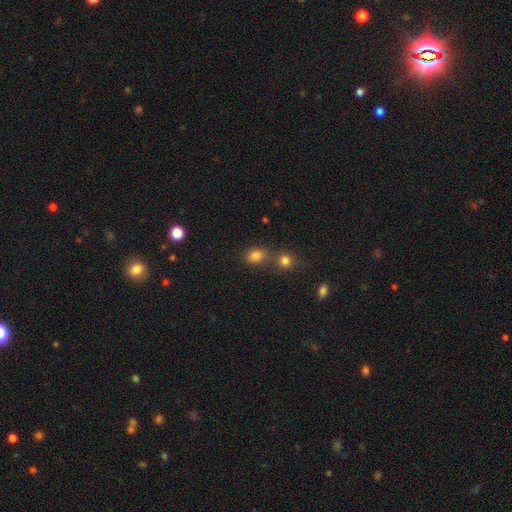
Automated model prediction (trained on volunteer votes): Q: Smooth or featured?
A: smooth (80%); runner-up: star or artifact (14%)
Q: How rounded?
A: in between (59%); runner-up: round (40%)
Q: Merging?
A: none (58%); runner-up: merger (27%)